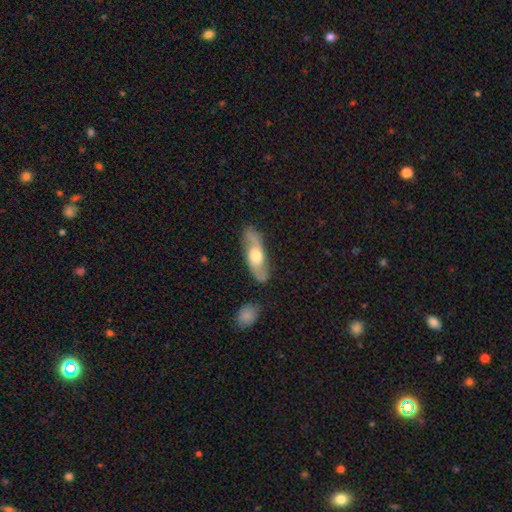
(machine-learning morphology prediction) smooth-or-featured: featured or disk: 64% | smooth: 31% | star or artifact: 5%
  disk-edge-on: no: 75% | yes: 25%
  merging: none: 81% | minor disturbance: 13% | major disturbance: 4% | merger: 3%